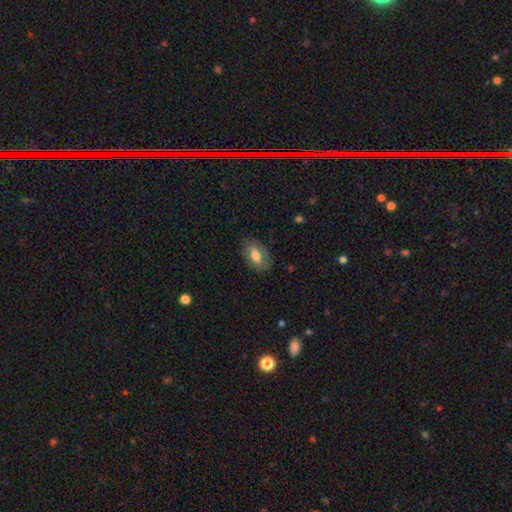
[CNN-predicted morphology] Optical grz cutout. It shows a smooth galaxy with no disk features (63%) that is in between round and cigar-shaped (90%). Merging: none (78%).